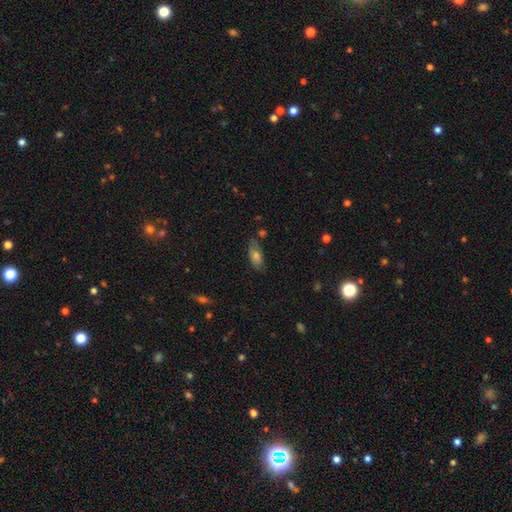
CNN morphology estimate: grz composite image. It shows a smooth galaxy with no disk features (58%) that is in between round and cigar-shaped (83%). Merging: none (70%).